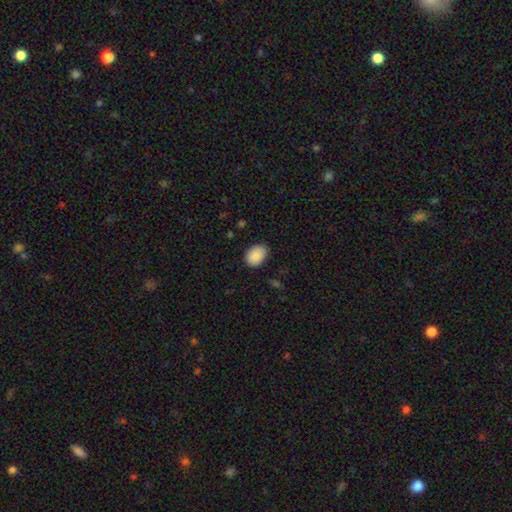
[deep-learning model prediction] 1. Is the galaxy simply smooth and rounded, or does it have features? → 89% smooth, 7% star or artifact, 4% featured or disk.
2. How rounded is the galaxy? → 73% in between, 26% round, 1% cigar-shaped.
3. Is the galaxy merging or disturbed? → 80% none, 16% minor disturbance, 3% major disturbance, 1% merger.